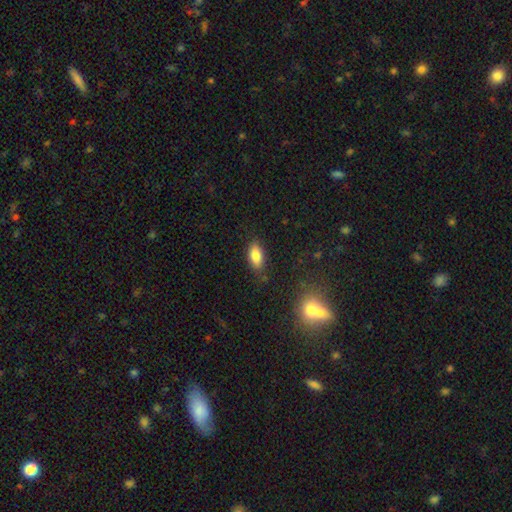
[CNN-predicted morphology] The model was most divided on "merging": none: 80%, minor disturbance: 14%, major disturbance: 3%, merger: 2%. More confident: how rounded — in between (88%); smooth or featured — smooth (83%).